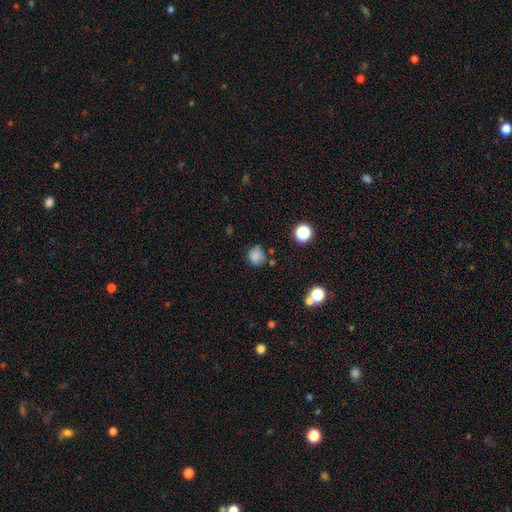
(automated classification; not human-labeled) A smooth galaxy with no disk features (82%) that is round (82%).

Vote fractions:
- Smooth or featured? smooth: 82% / star or artifact: 13% / featured or disk: 5%
- How rounded? round: 82% / in between: 17% / cigar-shaped: 1%
- Merging? none: 71% / minor disturbance: 18% / merger: 6% / major disturbance: 5%